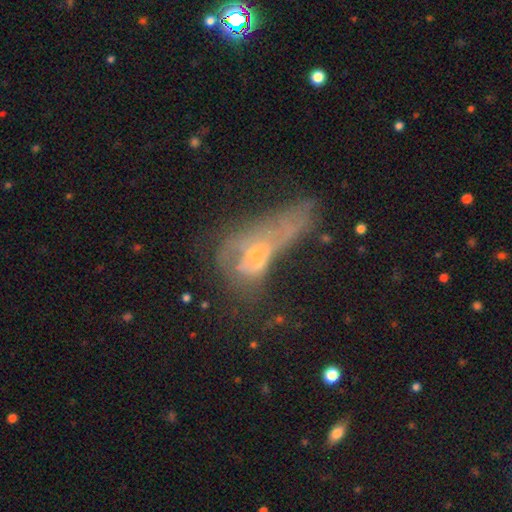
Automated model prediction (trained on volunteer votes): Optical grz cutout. It shows a featured or disk galaxy (51%). Merging: merger (41%).